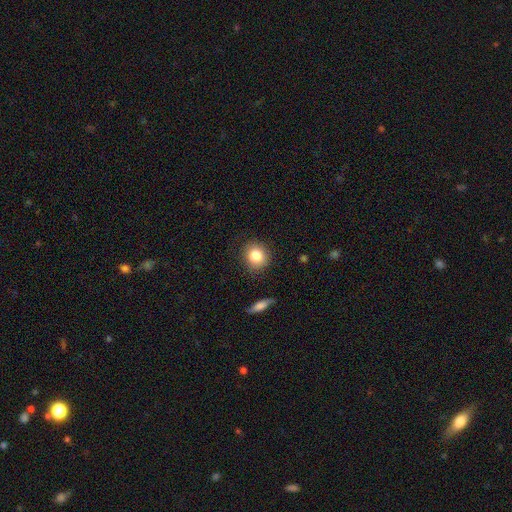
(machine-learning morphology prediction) A smooth galaxy with no disk features (82%) that is round (82%). Merging: none (86%).